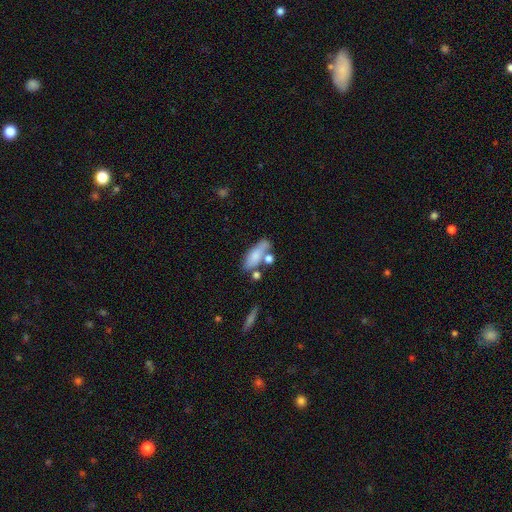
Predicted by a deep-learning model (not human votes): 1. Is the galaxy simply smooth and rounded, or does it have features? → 74% smooth, 18% featured or disk, 7% star or artifact.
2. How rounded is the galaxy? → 73% in between, 22% cigar-shaped, 4% round.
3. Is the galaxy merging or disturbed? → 50% none, 23% merger, 19% minor disturbance, 8% major disturbance.